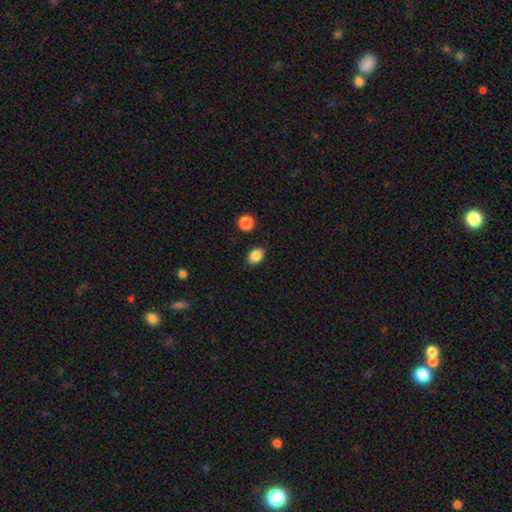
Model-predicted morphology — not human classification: smooth_or_featured: smooth (p=0.87) [alt: star or artifact p=0.09]
how_rounded: in between (p=0.72) [alt: round p=0.27]
merging: none (p=0.87) [alt: minor disturbance p=0.08]